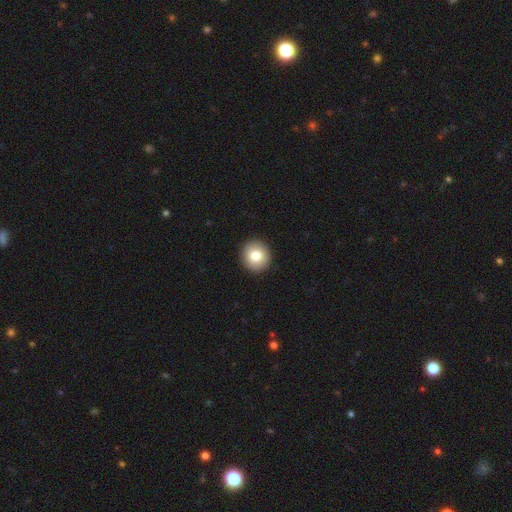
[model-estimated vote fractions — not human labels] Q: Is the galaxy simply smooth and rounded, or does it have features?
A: smooth — 82%.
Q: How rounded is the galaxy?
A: round — 90%.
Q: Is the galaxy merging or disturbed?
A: none — 93%.